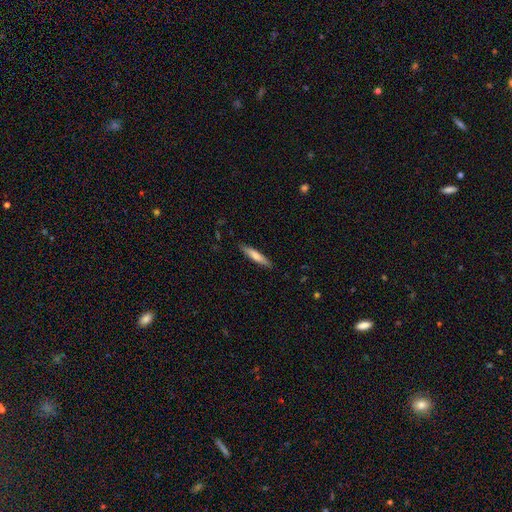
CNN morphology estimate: This appears to be a smooth galaxy with no disk features (71%) that is cigar-shaped (88%). Merging: none (87%).